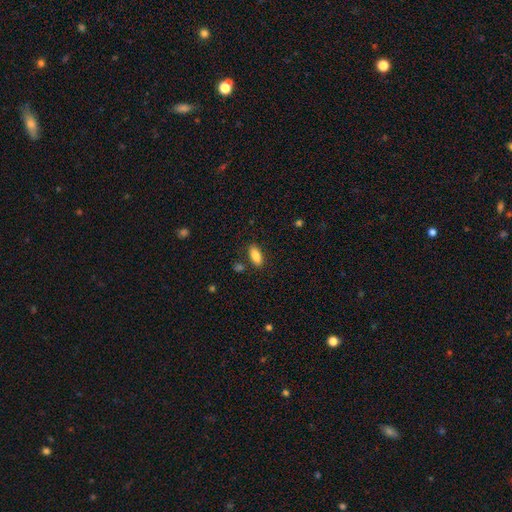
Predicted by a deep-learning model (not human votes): This is clearly a smooth galaxy (86%). How rounded: clearly in between (86%). Merging: clearly none (84%).